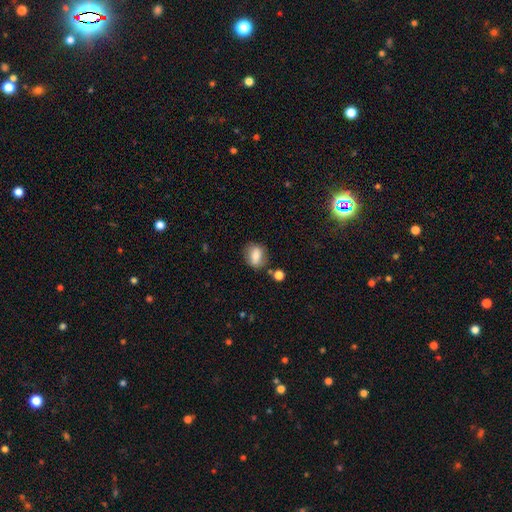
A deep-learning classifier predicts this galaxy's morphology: A smooth galaxy with no disk features (79%) that is in between round and cigar-shaped (66%). Merging: none (71%).